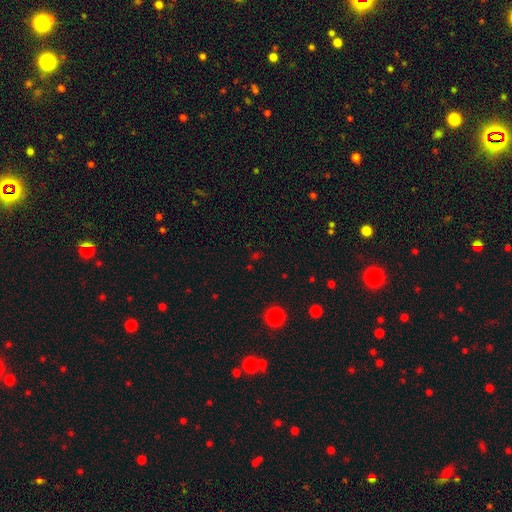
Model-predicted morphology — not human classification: This appears to be a star or artifact, not a galaxy (55%).